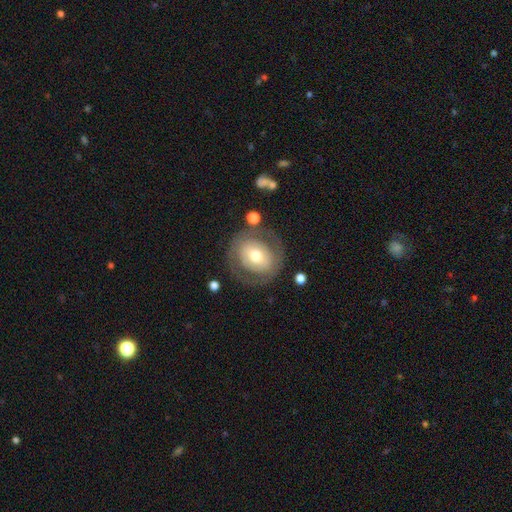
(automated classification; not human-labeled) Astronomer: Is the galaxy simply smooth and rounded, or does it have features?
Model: featured or disk — 48% (runner-up: smooth, 45%).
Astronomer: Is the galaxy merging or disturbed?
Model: none — 75%.